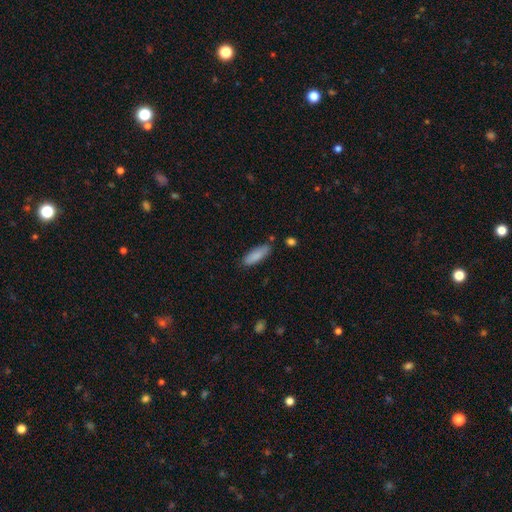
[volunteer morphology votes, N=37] type=smooth (92%); roundness=in between (50%); merging=none (71%).